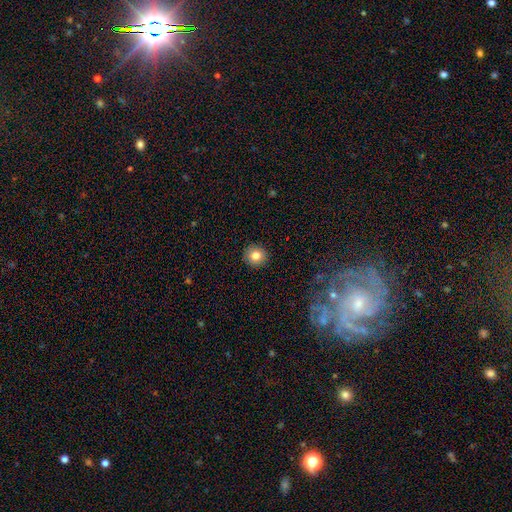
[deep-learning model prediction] This is clearly a smooth galaxy (83%). How rounded: clearly round (92%). Merging: clearly none (92%).